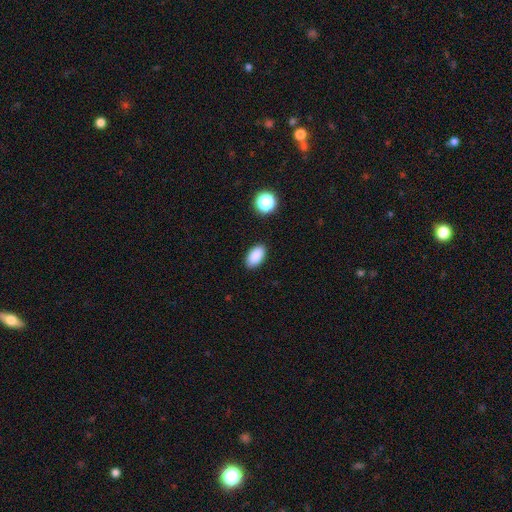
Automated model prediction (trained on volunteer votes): Smooth or featured: smooth — 88% (star or artifact — 9%)
How rounded: in between — 94% (round — 5%)
Merging: none — 88% (minor disturbance — 9%)